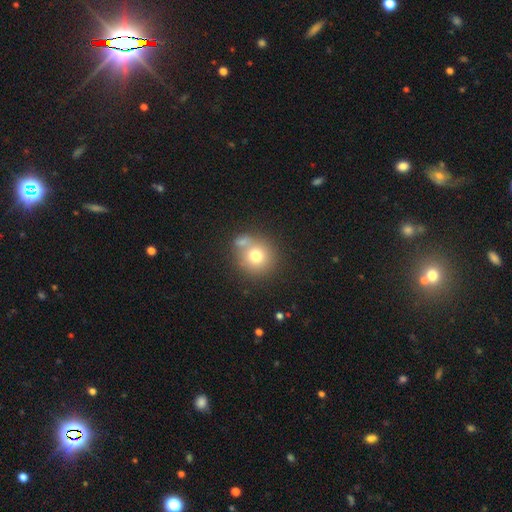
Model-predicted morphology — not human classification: Smooth or featured? smooth (72%)
How rounded? round (90%)
Merging? none (61%)